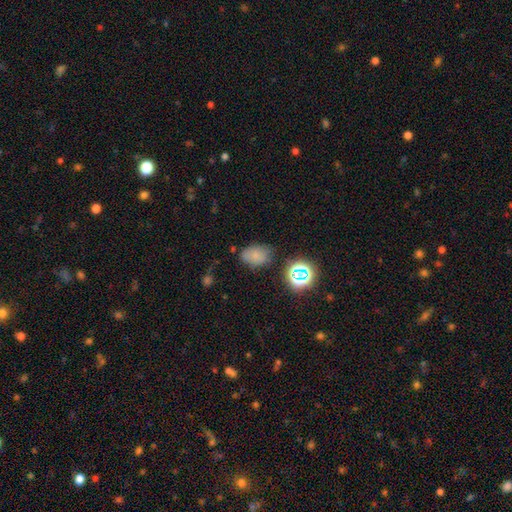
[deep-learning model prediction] A smooth galaxy with no disk features (68%) that is in between round and cigar-shaped (73%).

Vote fractions:
- Smooth or featured? smooth: 68% / star or artifact: 20% / featured or disk: 12%
- How rounded? in between: 73% / round: 25% / cigar-shaped: 1%
- Merging? none: 65% / minor disturbance: 24% / major disturbance: 7% / merger: 4%